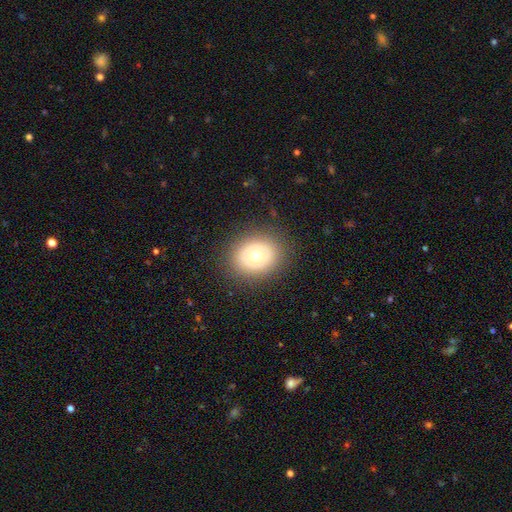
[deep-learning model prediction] Smooth or featured? smooth (65%)
How rounded? round (73%)
Merging? none (86%)